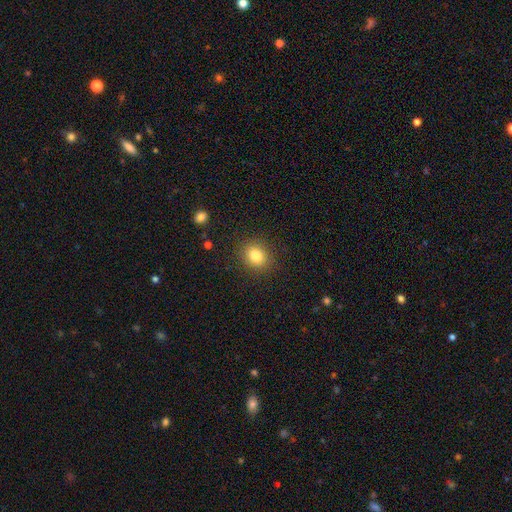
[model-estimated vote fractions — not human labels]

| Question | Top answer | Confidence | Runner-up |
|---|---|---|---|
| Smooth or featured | smooth | 82% | star or artifact (11%) |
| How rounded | round | 64% | in between (35%) |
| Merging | none | 88% | minor disturbance (8%) |